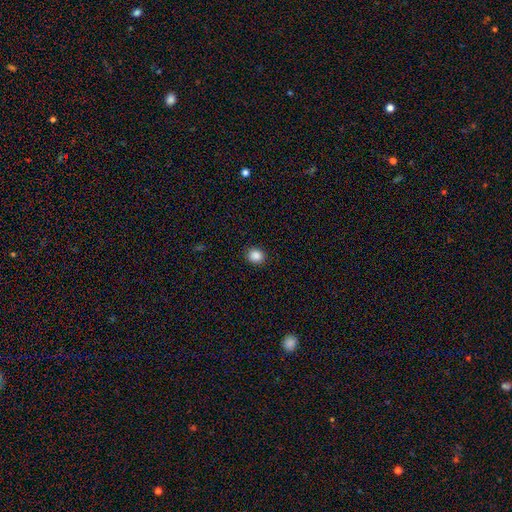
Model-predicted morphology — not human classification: Smooth or featured?
  - smooth: 87% *
  - star or artifact: 10%
  - featured or disk: 3%
How rounded?
  - round: 79% *
  - in between: 20%
  - cigar-shaped: 1%
Merging?
  - none: 91% *
  - minor disturbance: 6%
  - major disturbance: 2%
  - merger: 1%